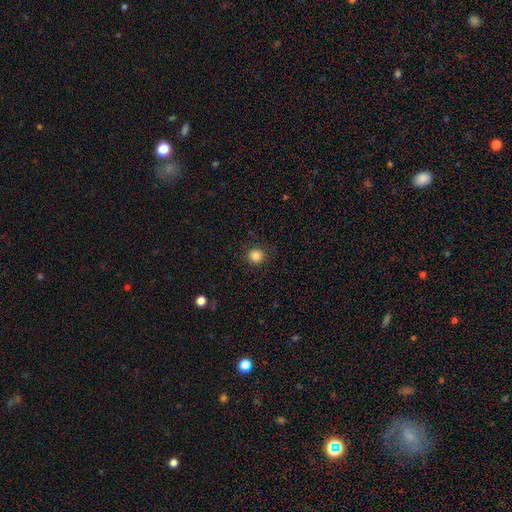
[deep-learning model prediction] Q: Smooth or featured?
A: smooth (85%); runner-up: star or artifact (11%)
Q: How rounded?
A: round (92%); runner-up: in between (7%)
Q: Merging?
A: none (90%); runner-up: minor disturbance (7%)